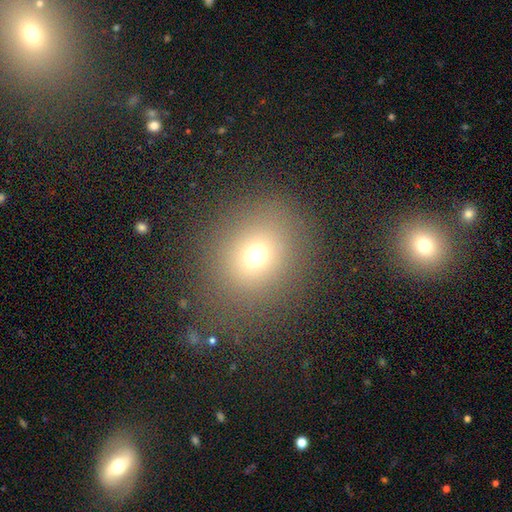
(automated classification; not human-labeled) smooth_or_featured: smooth (p=0.69) [alt: star or artifact p=0.20]
how_rounded: round (p=0.75) [alt: in between p=0.24]
merging: none (p=0.82) [alt: minor disturbance p=0.10]